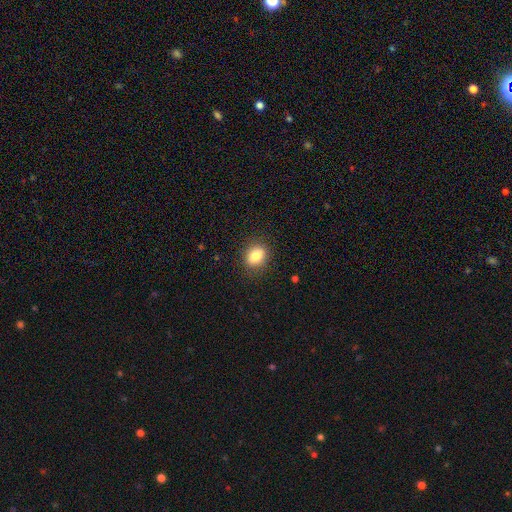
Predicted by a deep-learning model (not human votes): Smooth or featured? smooth (84%)
How rounded? in between (56%)
Merging? none (86%)